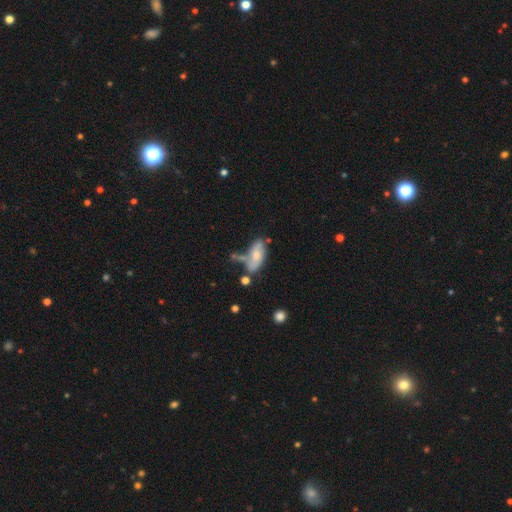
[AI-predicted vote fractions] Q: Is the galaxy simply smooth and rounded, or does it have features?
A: smooth — 61%.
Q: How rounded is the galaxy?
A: in between — 85%.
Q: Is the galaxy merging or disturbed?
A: none — 35%.